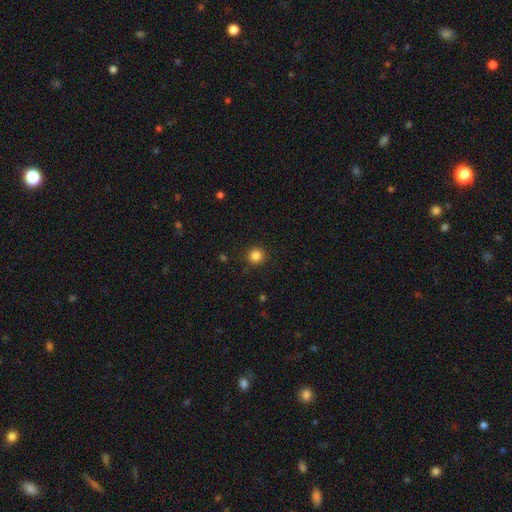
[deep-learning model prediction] This is clearly a smooth galaxy (84%). How rounded: clearly round (93%). Merging: clearly none (91%).